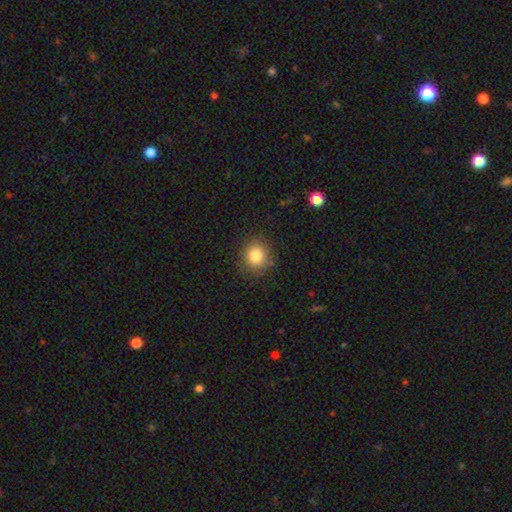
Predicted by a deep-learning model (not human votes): smooth_or_featured: smooth (p=0.83) [alt: star or artifact p=0.11]
how_rounded: round (p=0.84) [alt: in between p=0.15]
merging: none (p=0.86) [alt: minor disturbance p=0.10]